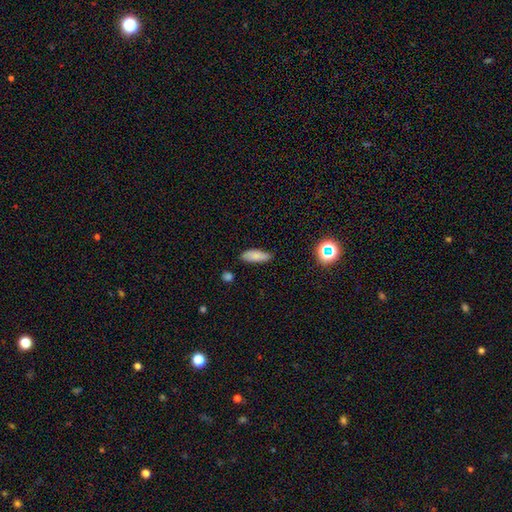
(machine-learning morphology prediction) A smooth galaxy with no disk features (81%) that is in between round and cigar-shaped (70%). Merging: none (77%).